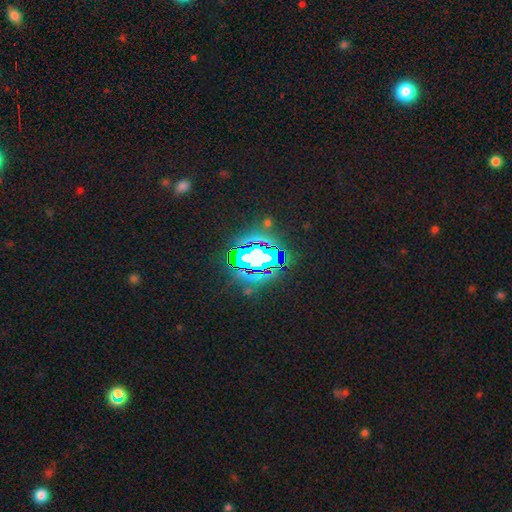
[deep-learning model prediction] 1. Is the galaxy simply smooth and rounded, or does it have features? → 78% star or artifact, 11% smooth, 10% featured or disk.